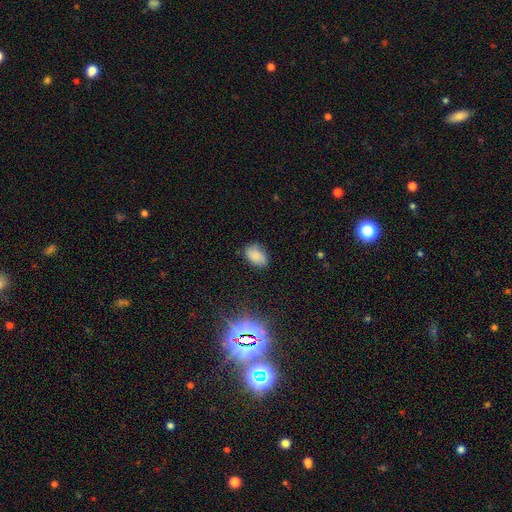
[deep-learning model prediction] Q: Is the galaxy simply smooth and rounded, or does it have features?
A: smooth — 80%.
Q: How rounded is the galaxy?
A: in between — 87%.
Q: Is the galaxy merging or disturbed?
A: none — 78%.